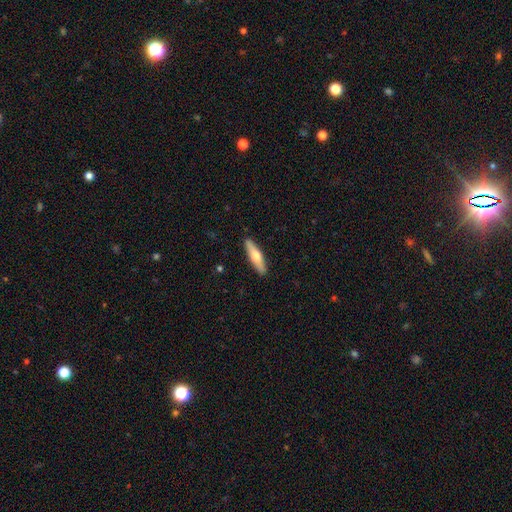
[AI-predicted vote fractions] Q: Smooth or featured?
A: smooth (56%); runner-up: featured or disk (39%)
Q: How rounded?
A: cigar-shaped (73%); runner-up: in between (25%)
Q: Merging?
A: none (90%); runner-up: minor disturbance (7%)